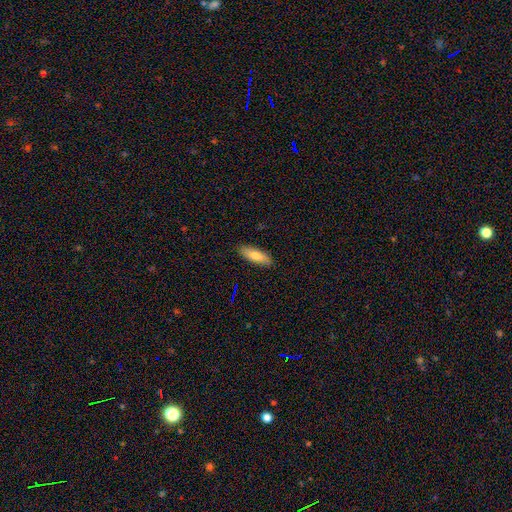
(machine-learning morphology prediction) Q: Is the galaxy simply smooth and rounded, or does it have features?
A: smooth — 74%.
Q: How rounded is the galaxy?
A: in between — 51%.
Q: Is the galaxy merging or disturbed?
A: none — 89%.